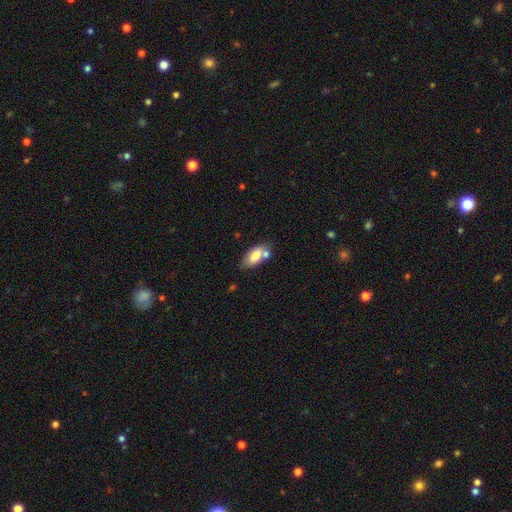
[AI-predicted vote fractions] A smooth galaxy with no disk features (76%) that is in between round and cigar-shaped (89%).

Vote fractions:
- Smooth or featured? smooth: 76% / featured or disk: 17% / star or artifact: 7%
- How rounded? in between: 89% / cigar-shaped: 8% / round: 3%
- Merging? none: 56% / merger: 24% / minor disturbance: 16% / major disturbance: 4%